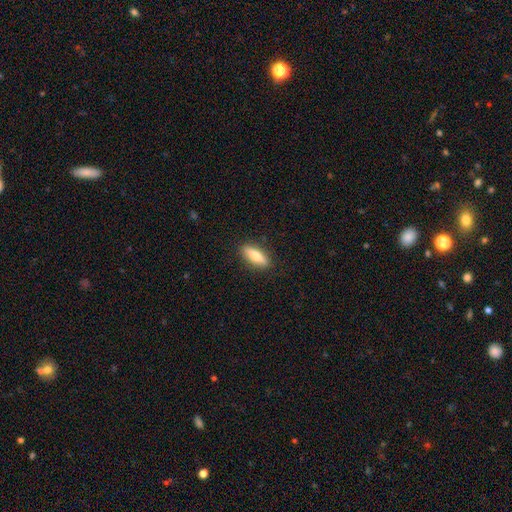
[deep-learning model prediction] Q: Smooth or featured?
A: smooth (68%); runner-up: featured or disk (25%)
Q: How rounded?
A: in between (49%); runner-up: cigar-shaped (48%)
Q: Merging?
A: none (87%); runner-up: minor disturbance (9%)